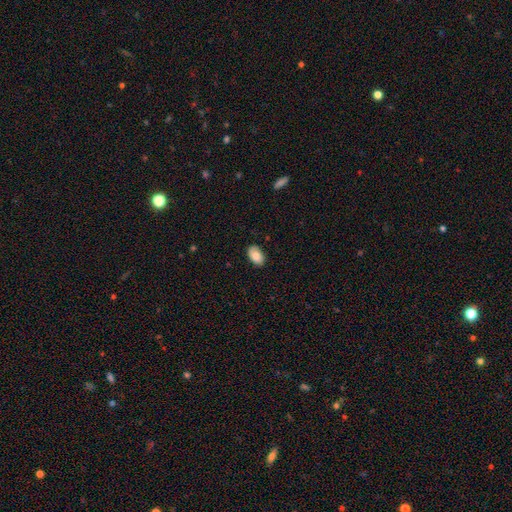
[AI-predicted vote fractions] Smooth or featured?
  - smooth: 83% *
  - featured or disk: 10%
  - star or artifact: 7%
How rounded?
  - in between: 92% *
  - round: 7%
  - cigar-shaped: 1%
Merging?
  - none: 82% *
  - minor disturbance: 14%
  - major disturbance: 3%
  - merger: 1%